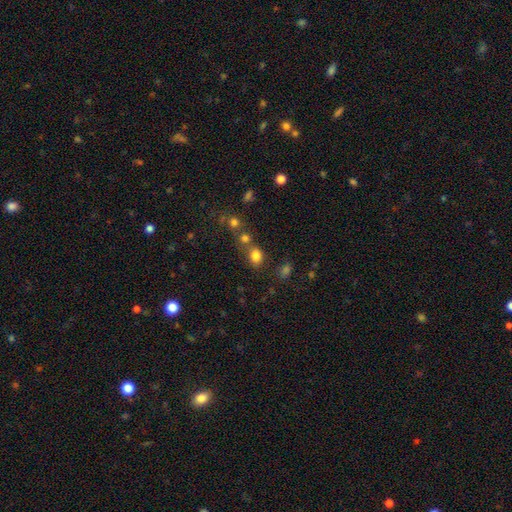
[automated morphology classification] Q: Smooth or featured?
A: smooth (79%); runner-up: star or artifact (14%)
Q: How rounded?
A: in between (51%); runner-up: round (48%)
Q: Merging?
A: none (58%); runner-up: merger (26%)